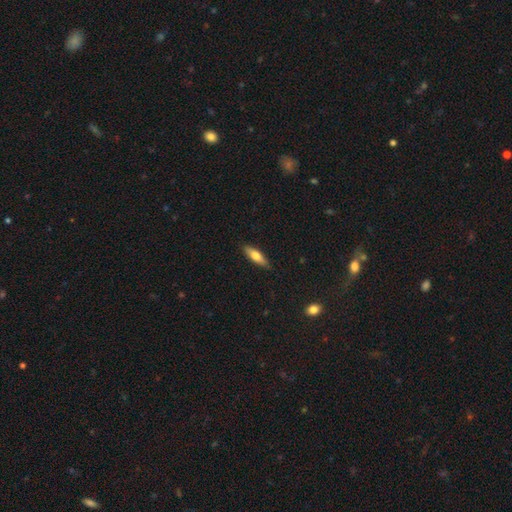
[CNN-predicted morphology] Overall: smooth (64%; featured or disk 30%). How rounded: cigar-shaped (59%; in between 39%). Merging: none (88%).